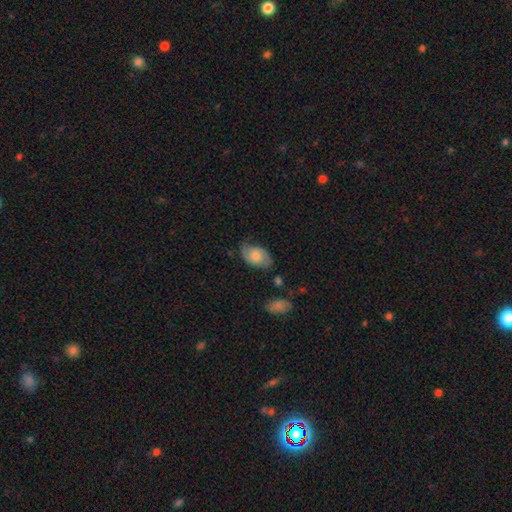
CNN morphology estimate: smooth_or_featured: smooth (p=0.53) [alt: featured or disk p=0.40]
how_rounded: in between (p=0.89) [alt: round p=0.10]
merging: none (p=0.68) [alt: minor disturbance p=0.23]